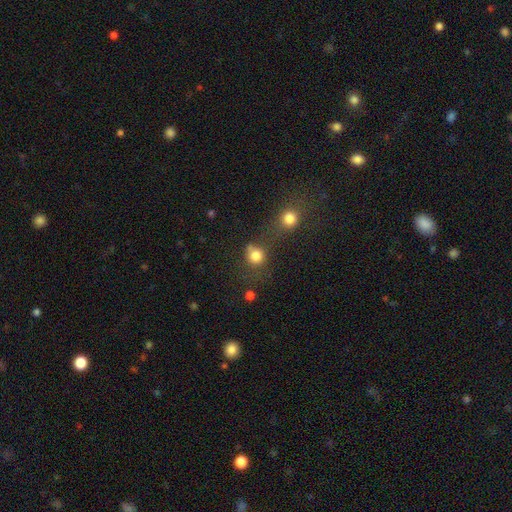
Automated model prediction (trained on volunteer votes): Overall: smooth (81%). How rounded: round (84%). Merging: none (53%; merger 26%).